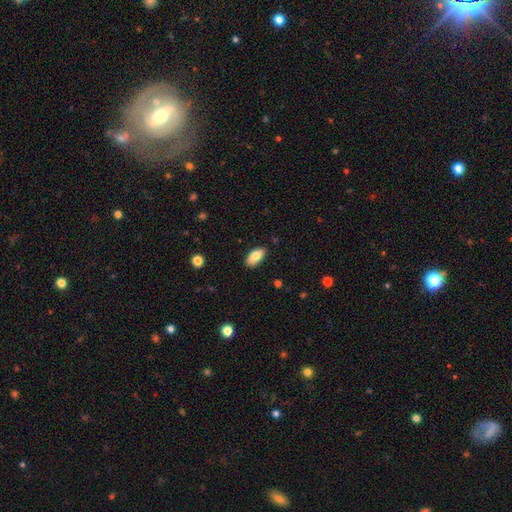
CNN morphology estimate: smooth_or_featured: smooth (p=0.80) [alt: featured or disk p=0.14]
how_rounded: in between (p=0.91) [alt: cigar-shaped p=0.06]
merging: none (p=0.82) [alt: minor disturbance p=0.14]